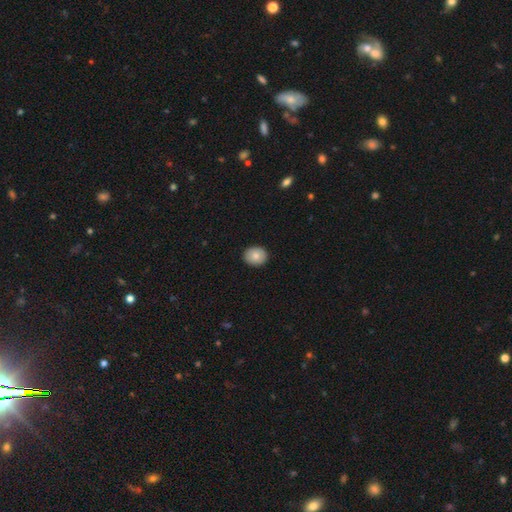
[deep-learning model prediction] Smooth or featured? Predicted: smooth (p=0.82). How rounded? Predicted: round (p=0.62). Merging? Predicted: none (p=0.91).